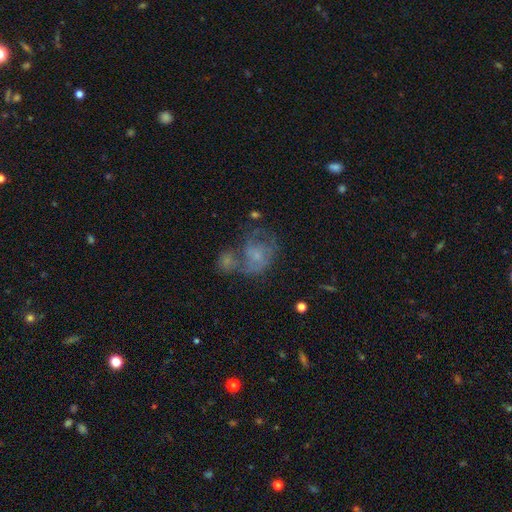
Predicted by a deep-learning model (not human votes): The model was most divided on "merging": merger: 36%, none: 28%, major disturbance: 20%, minor disturbance: 16%. More confident: edge-on disk — no (98%); spiral arms — yes (72%); bar — no (72%); smooth or featured — featured or disk (60%); bulge size — small (57%).